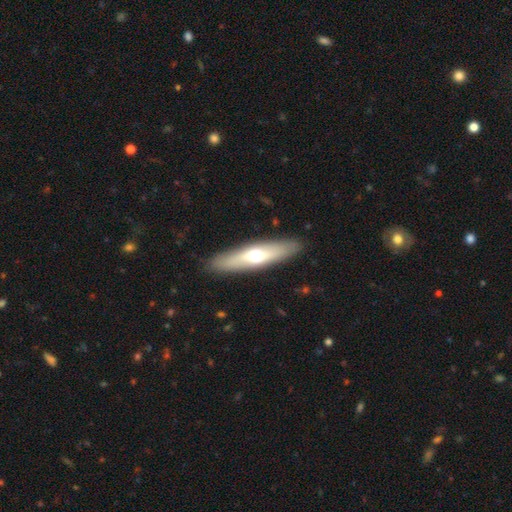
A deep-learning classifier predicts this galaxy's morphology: Smooth or featured?
  - smooth: 52% *
  - featured or disk: 42%
  - star or artifact: 6%
How rounded?
  - cigar-shaped: 69% *
  - in between: 29%
  - round: 2%
Merging?
  - none: 89% *
  - minor disturbance: 8%
  - major disturbance: 2%
  - merger: 1%